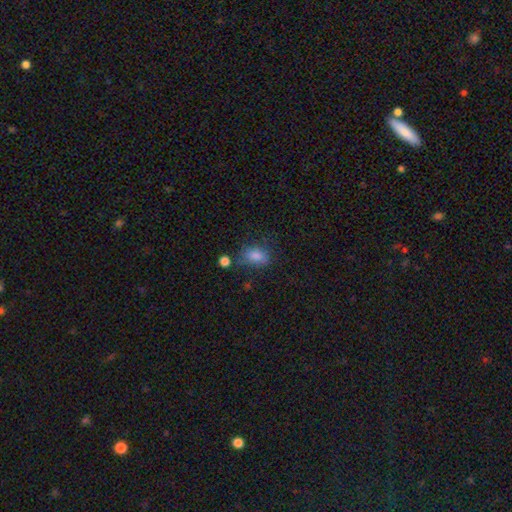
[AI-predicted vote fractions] Overall: smooth (81%). How rounded: in between (81%). Merging: none (63%).